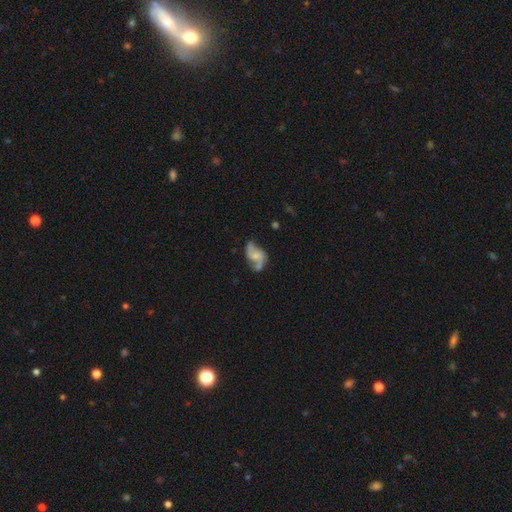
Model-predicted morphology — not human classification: type=featured or disk (78%); edge-on=no (97%); bar=no (61%); spiral arms=yes (91%); winding=loose (56%); arm count=2 (86%); bulge=small (44%); merging=none (51%).